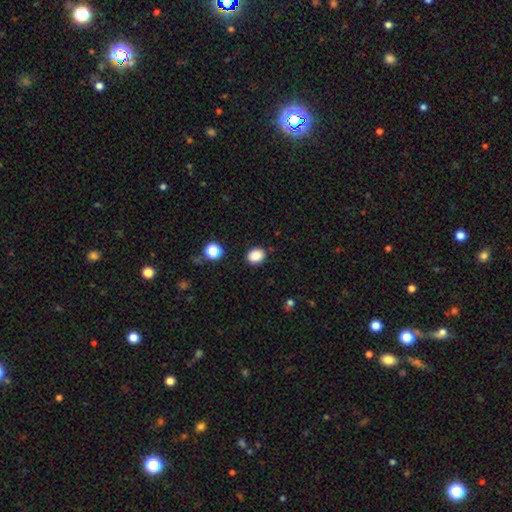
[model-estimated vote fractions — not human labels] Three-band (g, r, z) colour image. It shows a smooth galaxy with no disk features (87%) that is round (58%). Merging: none (88%).